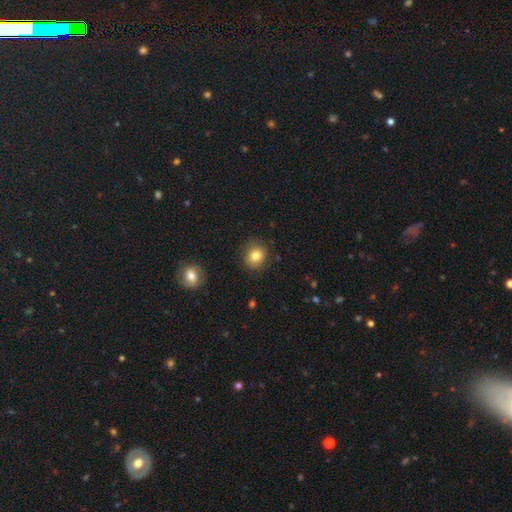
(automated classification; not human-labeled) smooth 82%, star or artifact 10%, featured or disk 7%. Down the decision tree: how rounded — round (79%); merging — none (85%).